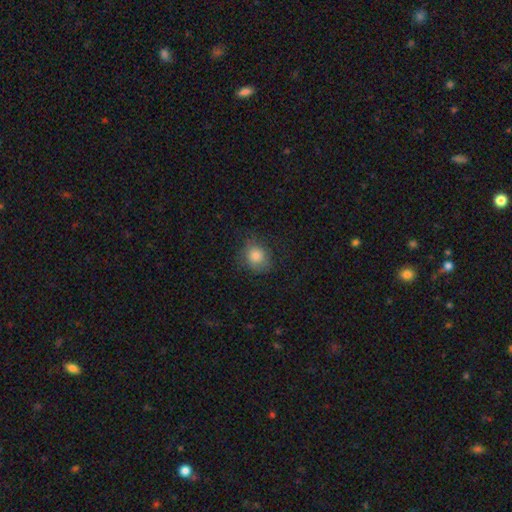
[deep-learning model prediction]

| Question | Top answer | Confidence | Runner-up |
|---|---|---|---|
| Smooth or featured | smooth | 81% | star or artifact (10%) |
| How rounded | round | 72% | in between (27%) |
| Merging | none | 68% | minor disturbance (21%) |